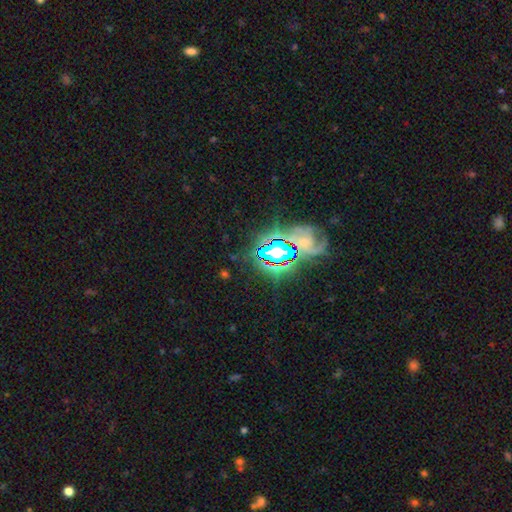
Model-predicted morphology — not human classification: Overall: star or artifact (79%).